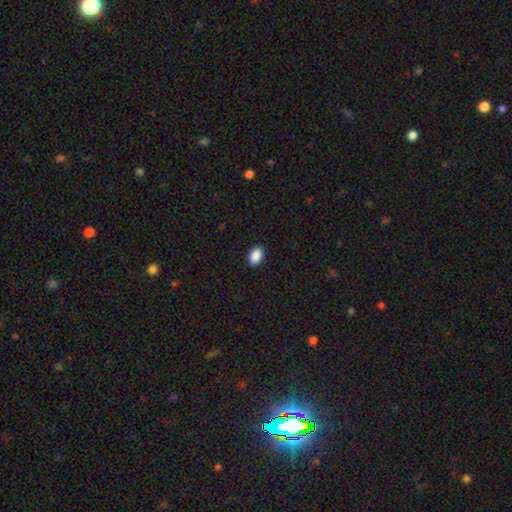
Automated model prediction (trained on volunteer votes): Smooth or featured: smooth — 90% (star or artifact — 8%)
How rounded: in between — 82% (round — 17%)
Merging: none — 90% (minor disturbance — 7%)